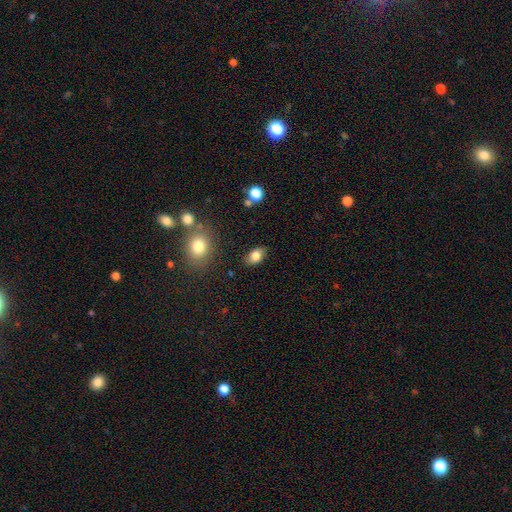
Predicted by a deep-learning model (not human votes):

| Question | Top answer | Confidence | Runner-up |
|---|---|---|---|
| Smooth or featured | smooth | 82% | featured or disk (9%) |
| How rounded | in between | 87% | round (11%) |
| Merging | none | 84% | minor disturbance (11%) |